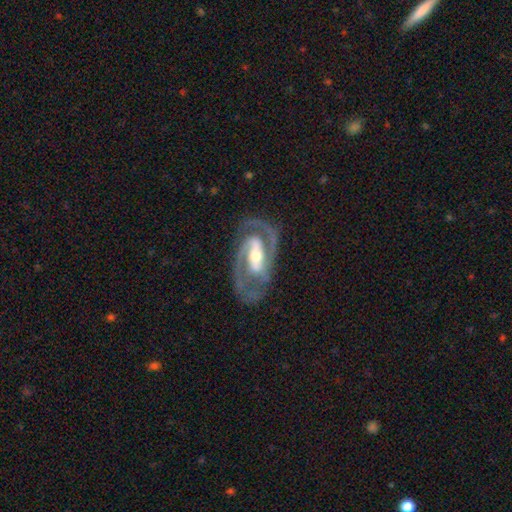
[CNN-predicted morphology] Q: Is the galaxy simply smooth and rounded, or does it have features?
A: featured or disk — 91%.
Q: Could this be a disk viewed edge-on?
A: no — 96%.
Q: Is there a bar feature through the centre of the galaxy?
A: strong — 52%.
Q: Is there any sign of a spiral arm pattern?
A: yes — 97%.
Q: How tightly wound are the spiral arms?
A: medium — 51%.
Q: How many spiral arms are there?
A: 2 — 91%.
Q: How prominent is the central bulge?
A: moderate — 63%.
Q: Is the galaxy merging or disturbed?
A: none — 78%.